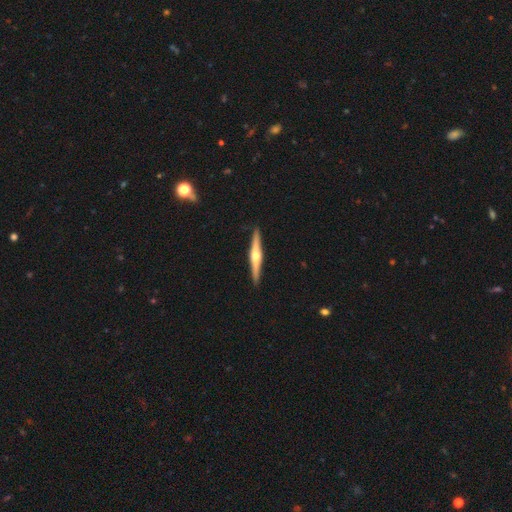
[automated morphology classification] Smooth or featured? featured or disk (74%)
Edge-on disk? yes (98%)
Edge-on bulge? rounded (93%)
Merging? none (91%)